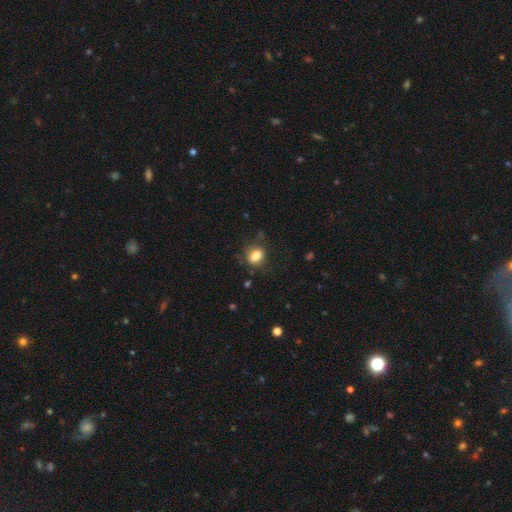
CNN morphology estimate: smooth 81%, star or artifact 10%, featured or disk 9%. Down the decision tree: how rounded — in between (62%); merging — none (65%).